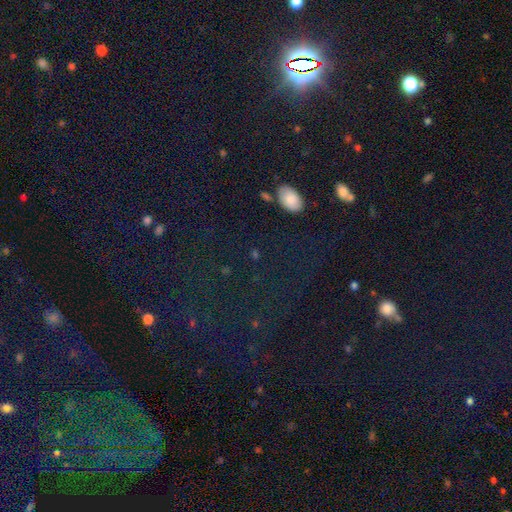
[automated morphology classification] type=star or artifact (72%).